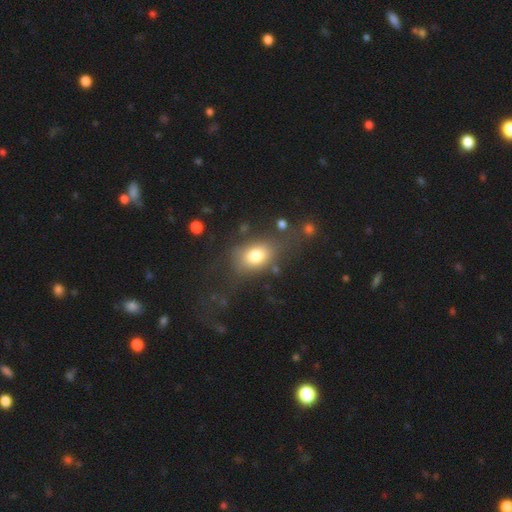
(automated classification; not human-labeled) Smooth or featured: smooth — 76% (featured or disk — 14%)
How rounded: in between — 73% (round — 25%)
Merging: none — 61% (minor disturbance — 19%)